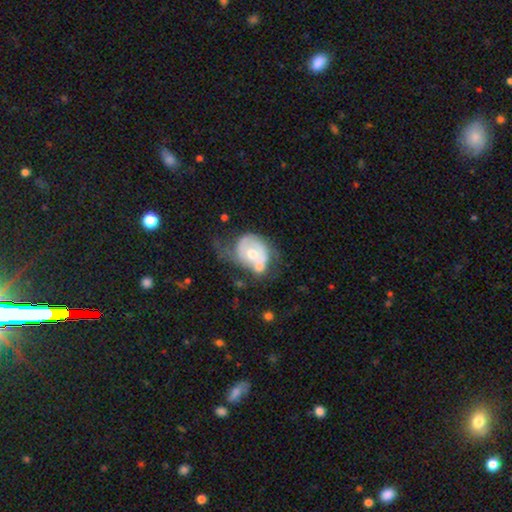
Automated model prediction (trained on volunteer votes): A featured or disk galaxy (63%) with no bar (79%), spiral arms (58%) and a moderate central bulge (71%). Merging: major disturbance (28%).